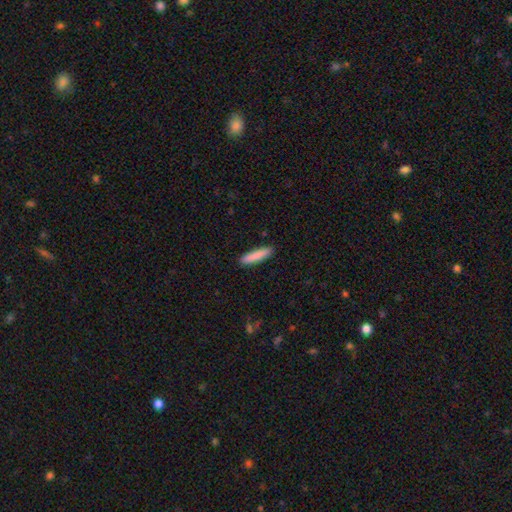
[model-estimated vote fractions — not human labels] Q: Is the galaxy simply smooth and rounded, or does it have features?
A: smooth — 86%.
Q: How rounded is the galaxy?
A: cigar-shaped — 85%.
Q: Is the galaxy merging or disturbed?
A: none — 90%.